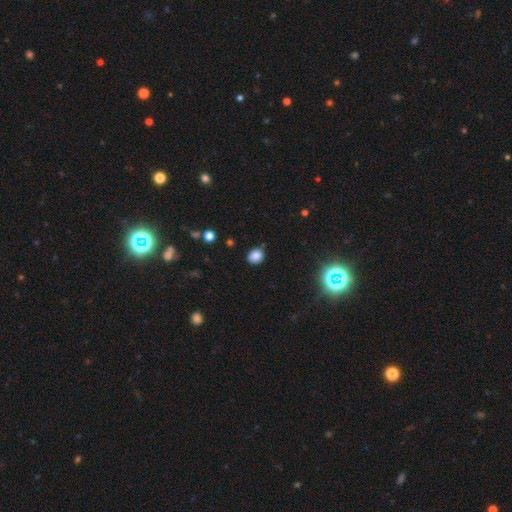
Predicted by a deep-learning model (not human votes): This is clearly a smooth galaxy (82%). How rounded: likely round (61%). Merging: clearly none (82%).